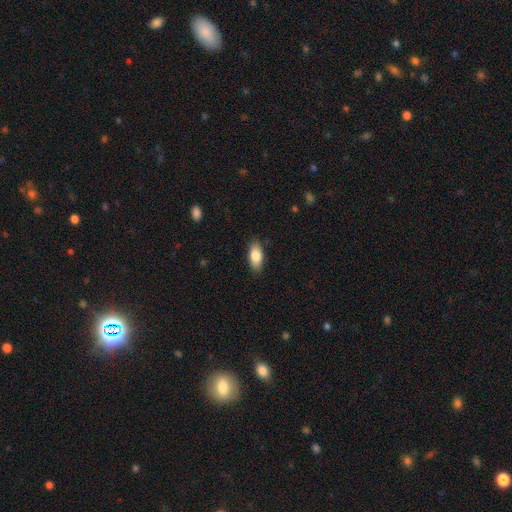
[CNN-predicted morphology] This is clearly a smooth galaxy (84%). How rounded: clearly in between (87%). Merging: clearly none (87%).